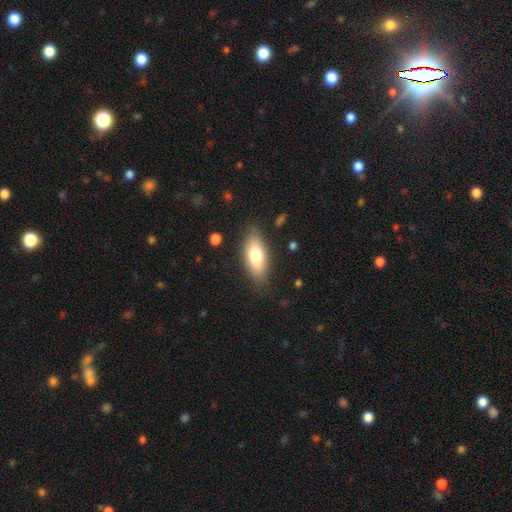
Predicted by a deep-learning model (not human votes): Smooth or featured?
  - smooth: 75% *
  - featured or disk: 18%
  - star or artifact: 7%
How rounded?
  - in between: 81% *
  - cigar-shaped: 16%
  - round: 3%
Merging?
  - none: 82% *
  - minor disturbance: 13%
  - major disturbance: 3%
  - merger: 1%